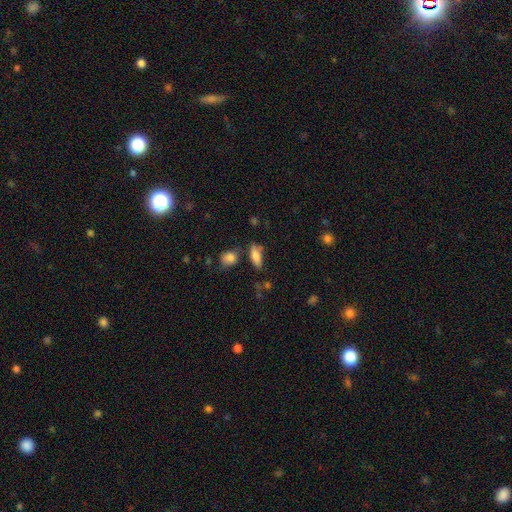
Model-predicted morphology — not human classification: Smooth or featured? Predicted: smooth (p=0.80). How rounded? Predicted: in between (p=0.74). Merging? Predicted: none (p=0.62).